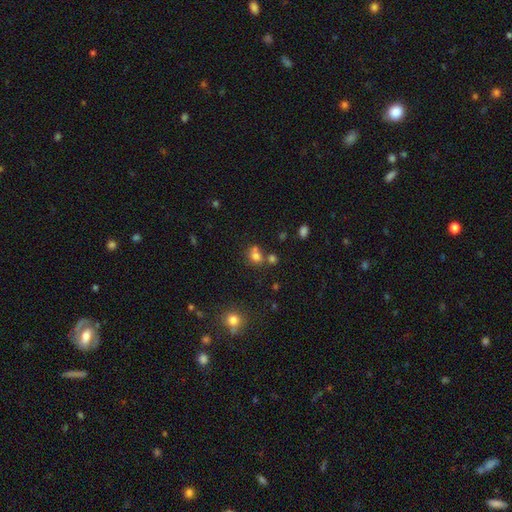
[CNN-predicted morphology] A smooth galaxy with no disk features (72%) that is round (72%). Merging: none (48%).